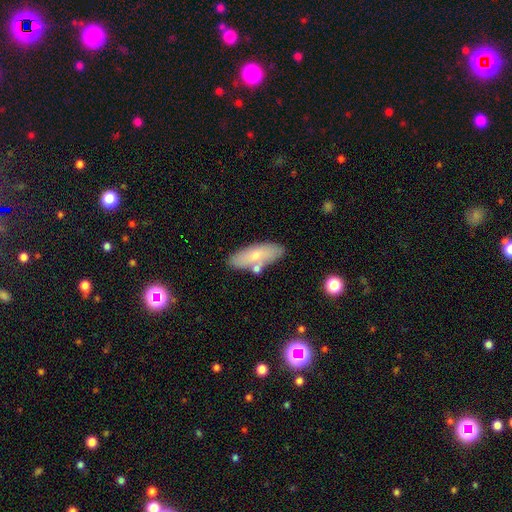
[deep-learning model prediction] smooth 68%, featured or disk 25%, star or artifact 7%. Down the decision tree: how rounded — in between (67%); merging — none (74%).